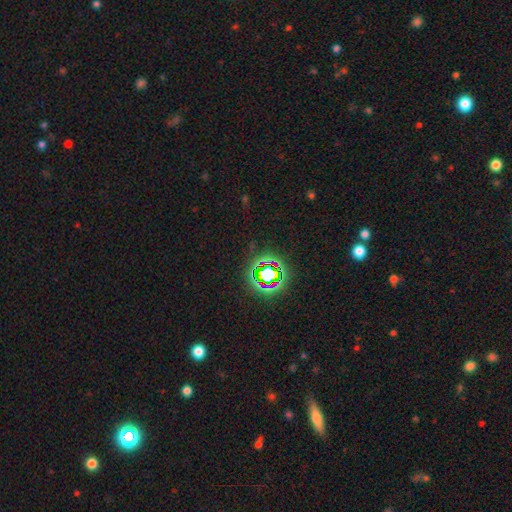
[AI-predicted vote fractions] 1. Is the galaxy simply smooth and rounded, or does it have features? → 79% star or artifact, 12% smooth, 9% featured or disk.